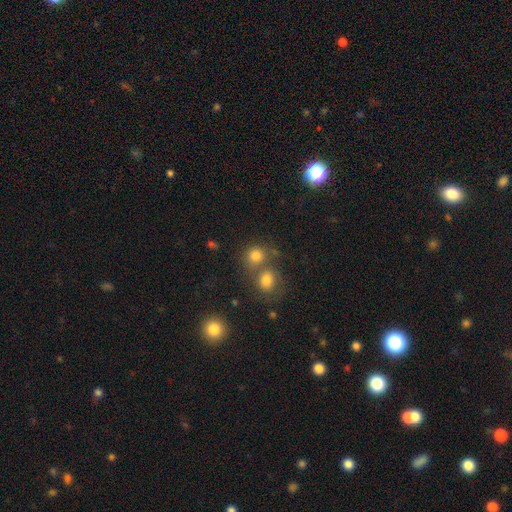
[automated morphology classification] Smooth or featured? smooth (78%)
How rounded? round (80%)
Merging? merger (45%)